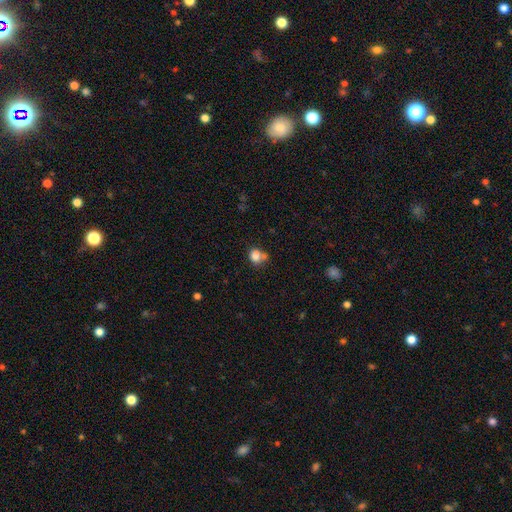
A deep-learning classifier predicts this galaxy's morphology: A smooth galaxy with no disk features (80%) that is round (55%). Merging: none (46%).